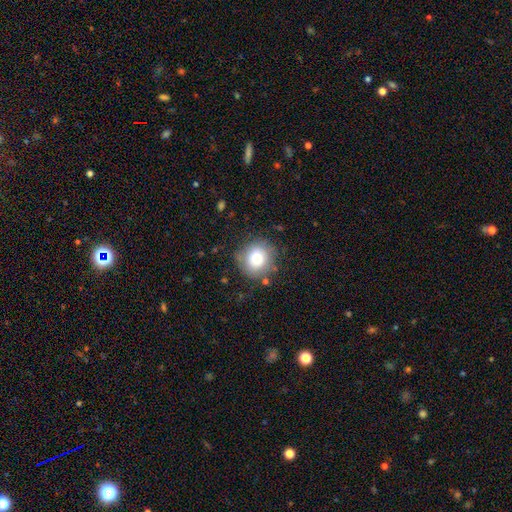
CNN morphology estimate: Smooth or featured? smooth (75%)
How rounded? round (88%)
Merging? none (78%)